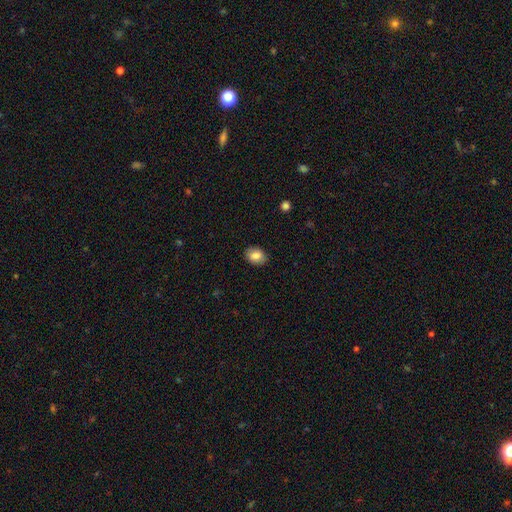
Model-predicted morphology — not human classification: Smooth or featured? smooth (84%)
How rounded? in between (70%)
Merging? none (88%)